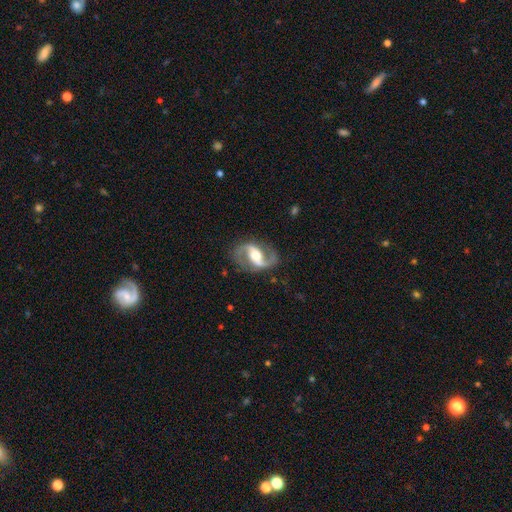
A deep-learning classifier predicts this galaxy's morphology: type=featured or disk (91%); edge-on=no (98%); bar=weak (39%); spiral arms=yes (97%); winding=medium (49%); arm count=2 (94%); bulge=moderate (66%); merging=none (81%).